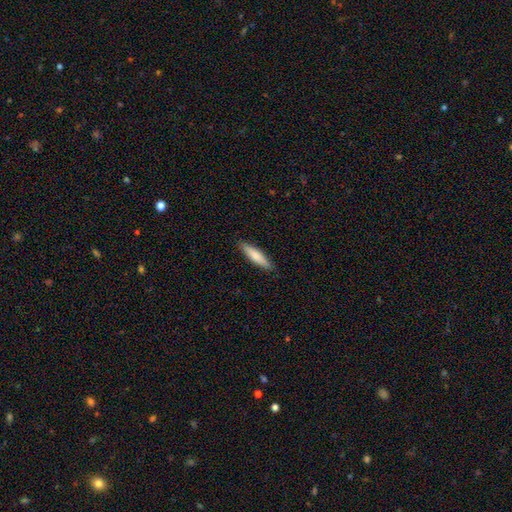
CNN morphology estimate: Smooth or featured?
  - smooth: 74% *
  - featured or disk: 20%
  - star or artifact: 5%
How rounded?
  - cigar-shaped: 81% *
  - in between: 18%
  - round: 1%
Merging?
  - none: 89% *
  - minor disturbance: 8%
  - major disturbance: 2%
  - merger: 1%